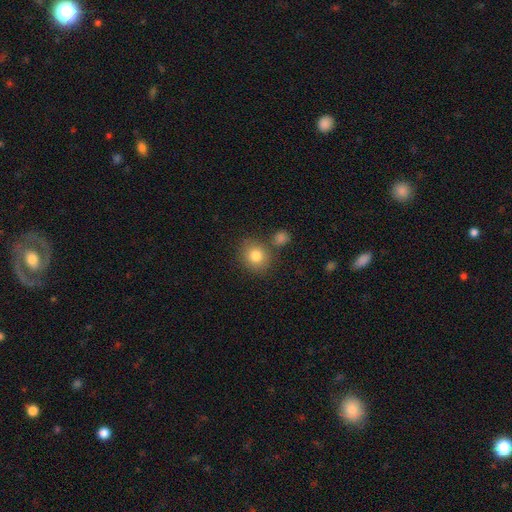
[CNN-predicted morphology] The model was most divided on "how rounded": round: 75%, in between: 24%, cigar-shaped: 1%. More confident: smooth or featured — smooth (81%); merging — none (74%).